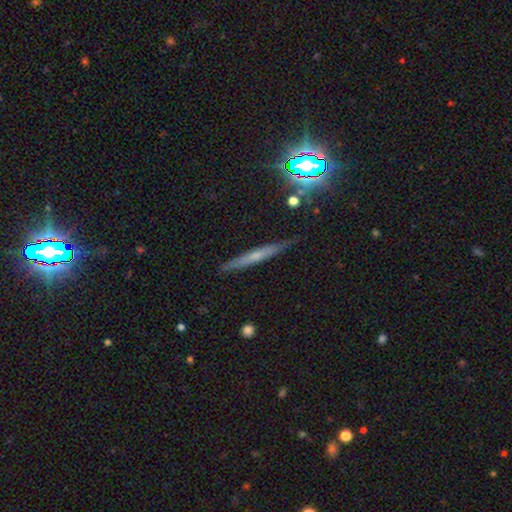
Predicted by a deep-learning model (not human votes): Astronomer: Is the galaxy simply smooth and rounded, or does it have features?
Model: featured or disk — 47% (runner-up: smooth, 39%).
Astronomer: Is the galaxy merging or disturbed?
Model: none — 86%.